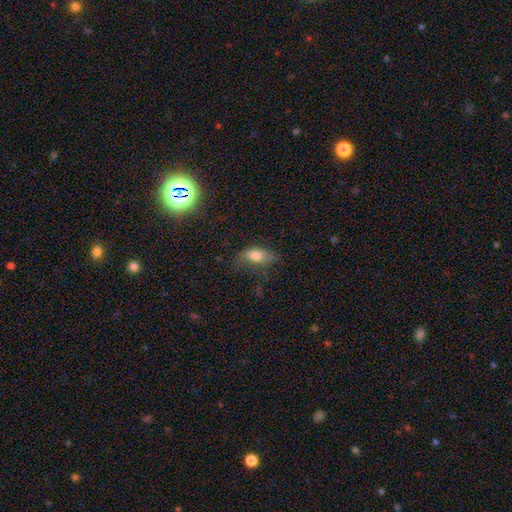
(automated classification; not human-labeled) smooth 74%, featured or disk 16%, star or artifact 10%. Down the decision tree: how rounded — in between (85%); merging — none (45%).